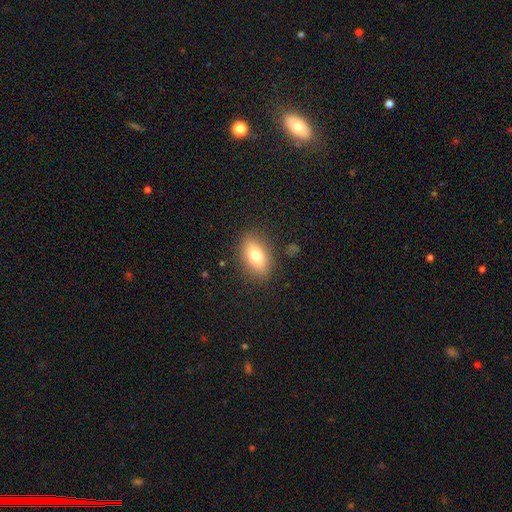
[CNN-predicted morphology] Smooth or featured: smooth — 75% (featured or disk — 16%)
How rounded: in between — 85% (round — 8%)
Merging: none — 85% (minor disturbance — 10%)